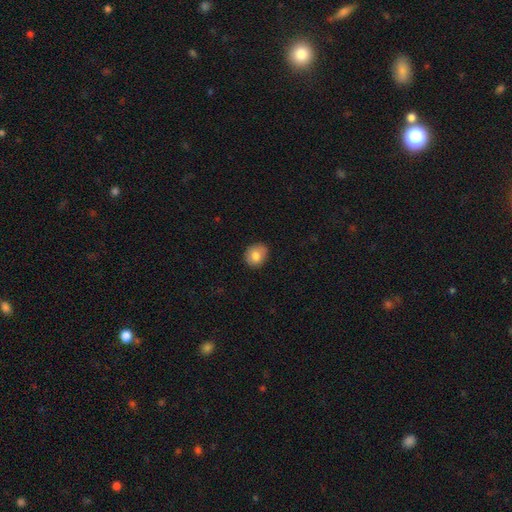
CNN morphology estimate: type=smooth (81%); roundness=round (62%); merging=none (81%).